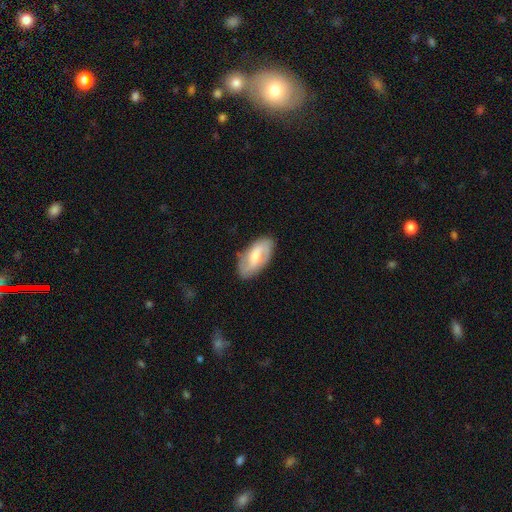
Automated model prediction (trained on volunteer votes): The model was most divided on "bulge size": moderate: 54%, small: 36%, large: 6%, none: 3%, dominant: 1%. Remaining: edge-on disk — no (93%); spiral arms — yes (84%); merging — none (80%); smooth or featured — featured or disk (62%); bar — weak (49%).